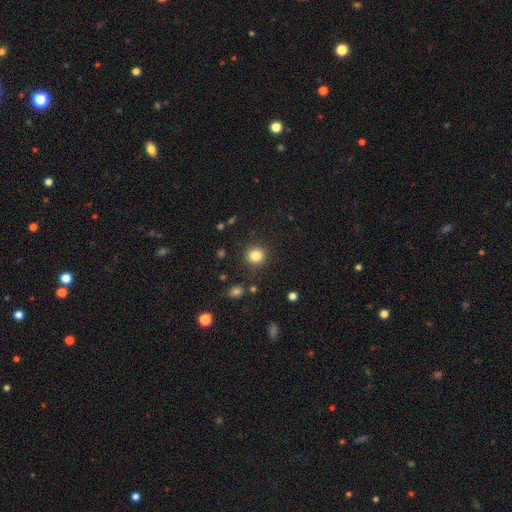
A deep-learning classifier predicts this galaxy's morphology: smooth_or_featured: smooth (p=0.83) [alt: star or artifact p=0.12]
how_rounded: round (p=0.90) [alt: in between p=0.09]
merging: none (p=0.89) [alt: minor disturbance p=0.07]